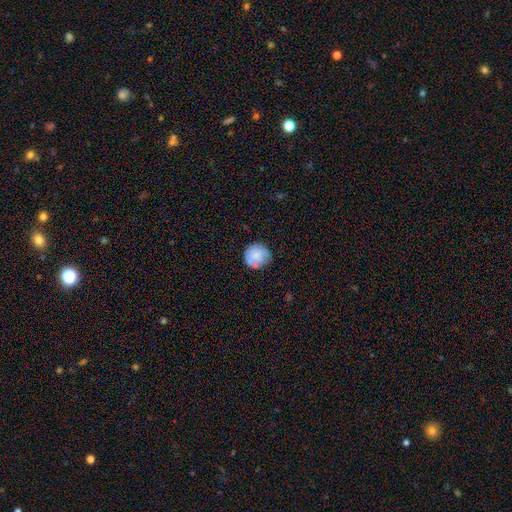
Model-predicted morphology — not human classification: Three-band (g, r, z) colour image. It shows a smooth galaxy with no disk features (73%) that is round (92%). Merging: none (73%).